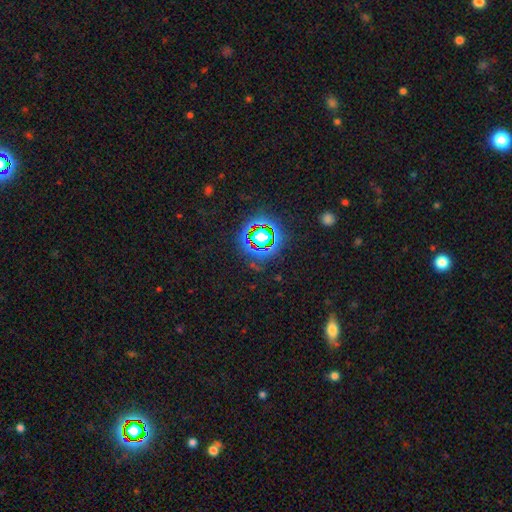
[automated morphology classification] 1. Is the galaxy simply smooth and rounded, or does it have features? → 70% star or artifact, 20% smooth, 10% featured or disk.